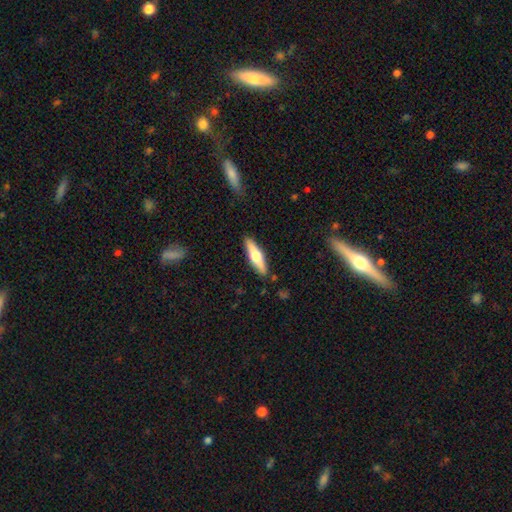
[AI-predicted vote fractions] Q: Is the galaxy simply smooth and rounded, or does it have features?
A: featured or disk — 47%, tied with smooth.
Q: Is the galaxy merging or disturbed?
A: none — 89%.